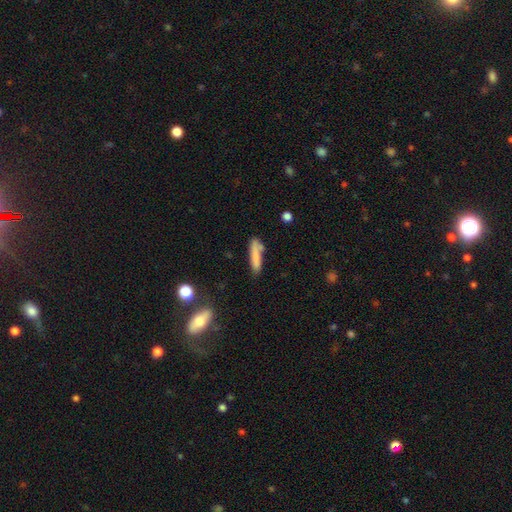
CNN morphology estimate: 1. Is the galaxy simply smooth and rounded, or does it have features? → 79% smooth, 13% featured or disk, 7% star or artifact.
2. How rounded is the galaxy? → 79% cigar-shaped, 19% in between, 2% round.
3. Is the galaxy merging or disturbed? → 64% none, 21% minor disturbance, 9% merger, 6% major disturbance.